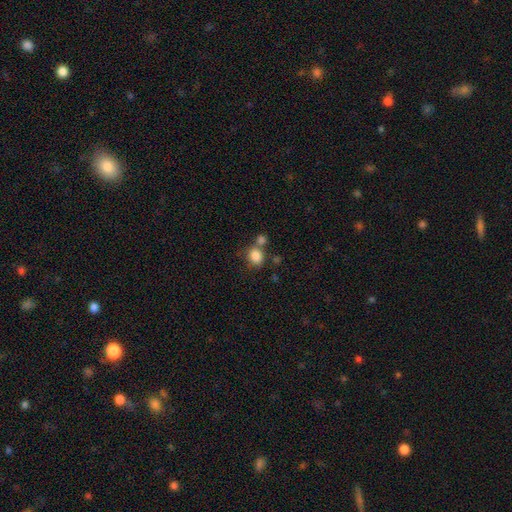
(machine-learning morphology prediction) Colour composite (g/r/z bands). It shows a smooth galaxy with no disk features (84%) that is round (64%). Merging: none (53%).